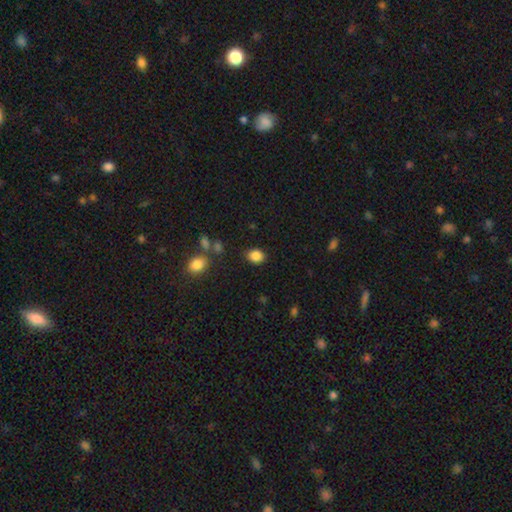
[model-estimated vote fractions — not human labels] smooth_or_featured: smooth (p=0.86) [alt: star or artifact p=0.10]
how_rounded: in between (p=0.51) [alt: round p=0.48]
merging: none (p=0.84) [alt: minor disturbance p=0.10]